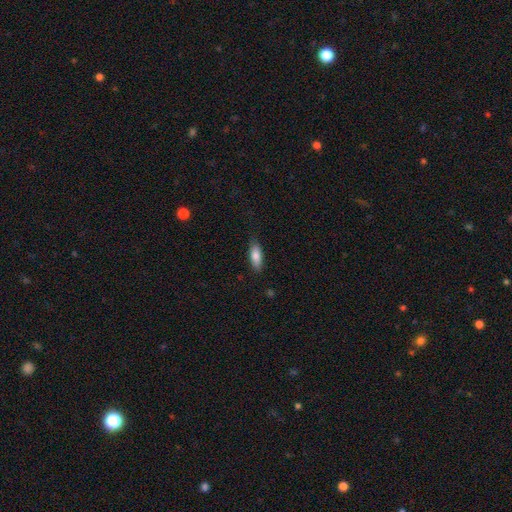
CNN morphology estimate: This appears to be a smooth galaxy with no disk features (82%) that is in between round and cigar-shaped (67%). Merging: none (84%).